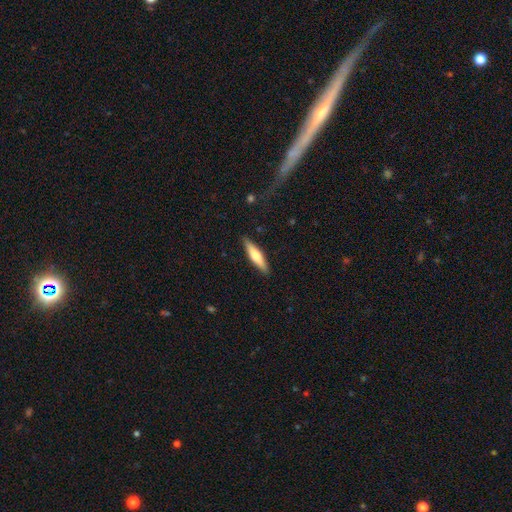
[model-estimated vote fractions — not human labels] Q: Smooth or featured?
A: smooth (58%); runner-up: featured or disk (37%)
Q: How rounded?
A: cigar-shaped (78%); runner-up: in between (20%)
Q: Merging?
A: none (89%); runner-up: minor disturbance (8%)